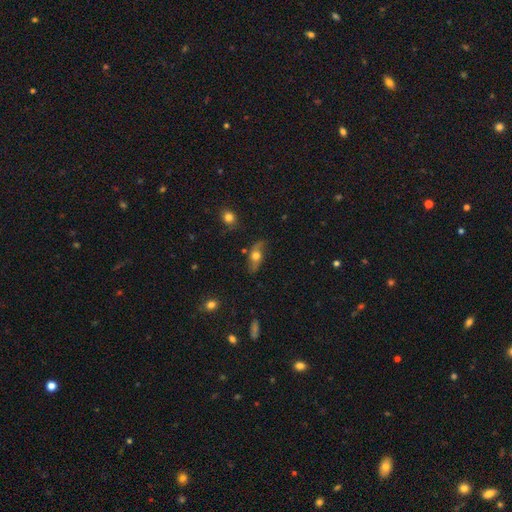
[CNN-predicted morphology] A featured or disk galaxy (54%). Merging: none (69%).